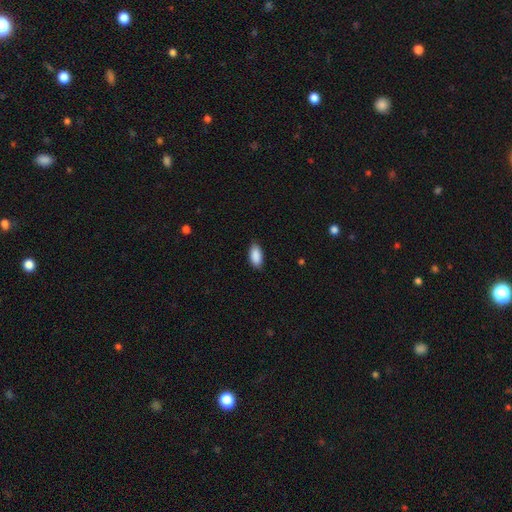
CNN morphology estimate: Smooth or featured? smooth (90%)
How rounded? in between (93%)
Merging? none (85%)